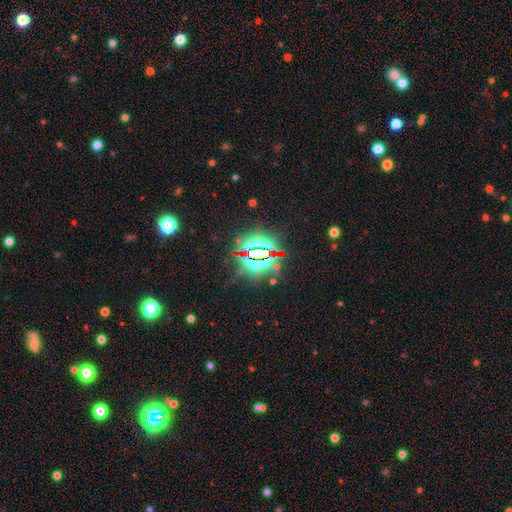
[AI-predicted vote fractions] Smooth or featured? star or artifact (83%)